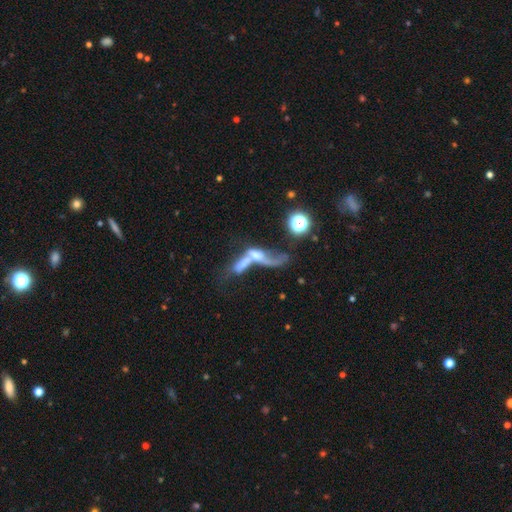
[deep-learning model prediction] A featured or disk galaxy (49%). Merging: merger (68%).